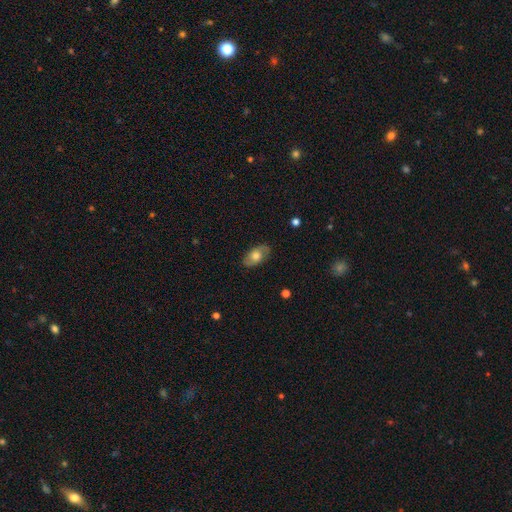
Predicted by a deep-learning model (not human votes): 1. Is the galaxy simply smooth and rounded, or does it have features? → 47% featured or disk, 46% smooth, 7% star or artifact.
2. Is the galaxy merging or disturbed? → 83% none, 13% minor disturbance, 3% major disturbance, 1% merger.